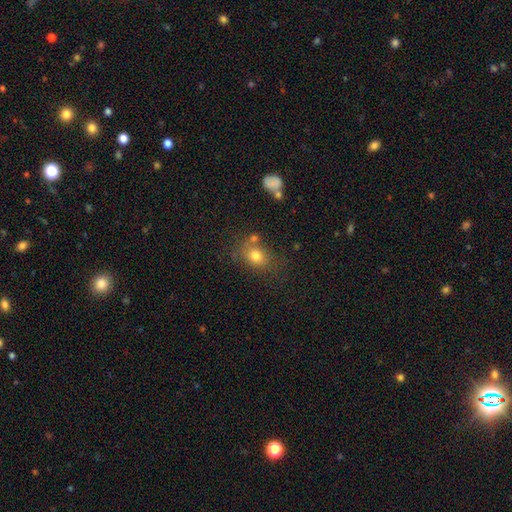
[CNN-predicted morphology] This appears to be a smooth galaxy with no disk features (76%) that is round (50%). Merging: none (63%).